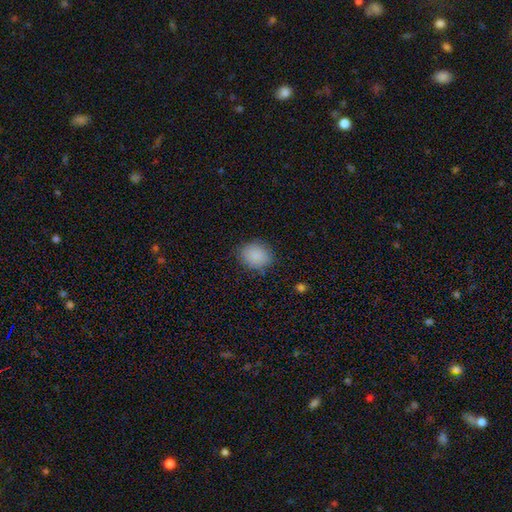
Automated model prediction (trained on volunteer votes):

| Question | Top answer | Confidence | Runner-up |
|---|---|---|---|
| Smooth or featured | smooth | 88% | star or artifact (8%) |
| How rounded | round | 64% | in between (35%) |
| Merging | none | 83% | minor disturbance (13%) |